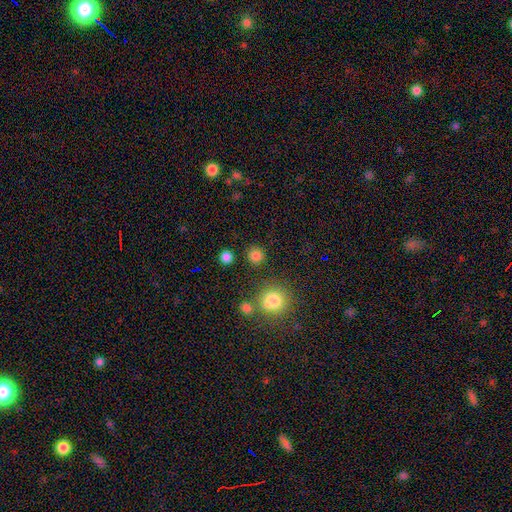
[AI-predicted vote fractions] Overall: smooth (81%). How rounded: round (92%). Merging: none (87%).